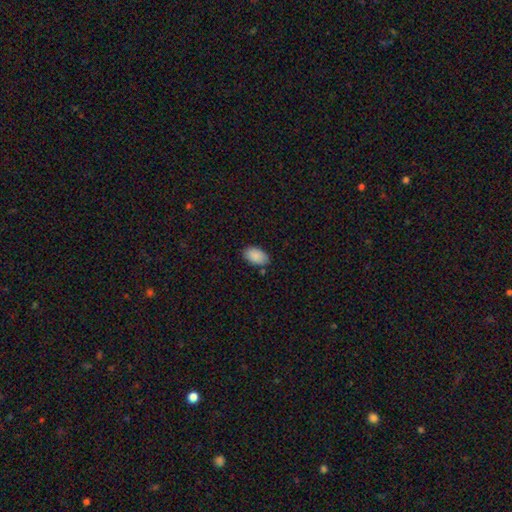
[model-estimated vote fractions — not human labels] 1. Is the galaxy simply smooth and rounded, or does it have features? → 89% smooth, 7% star or artifact, 4% featured or disk.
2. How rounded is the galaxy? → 94% in between, 5% round, 1% cigar-shaped.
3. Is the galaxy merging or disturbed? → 82% none, 13% minor disturbance, 3% major disturbance, 3% merger.